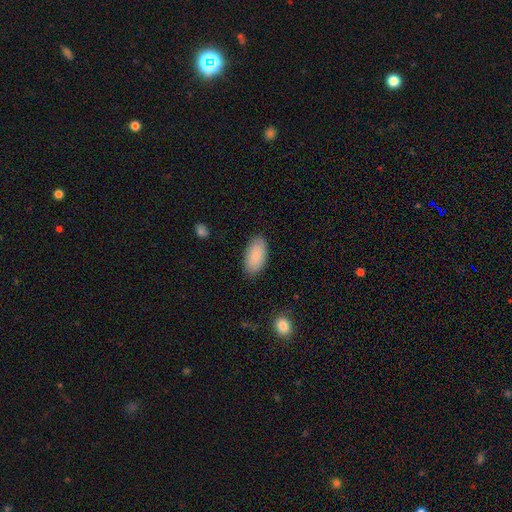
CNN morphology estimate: smooth-or-featured: smooth: 87% | featured or disk: 8% | star or artifact: 6%
  how-rounded: in between: 95% | cigar-shaped: 3% | round: 2%
  merging: none: 86% | minor disturbance: 10% | major disturbance: 2% | merger: 1%